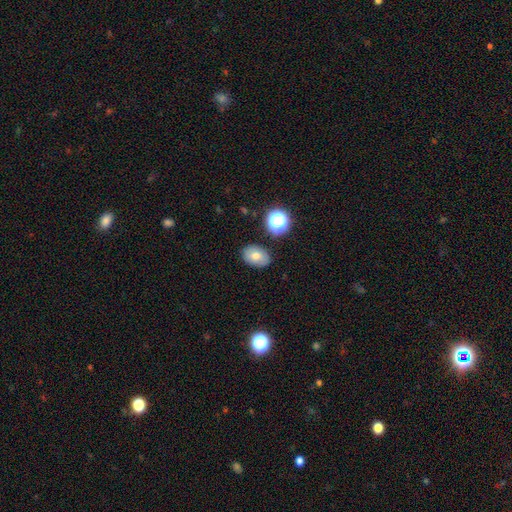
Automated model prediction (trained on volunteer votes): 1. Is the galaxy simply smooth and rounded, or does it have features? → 68% smooth, 19% featured or disk, 13% star or artifact.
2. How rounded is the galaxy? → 75% in between, 24% round, 1% cigar-shaped.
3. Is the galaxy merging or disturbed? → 85% none, 10% minor disturbance, 2% major disturbance, 2% merger.